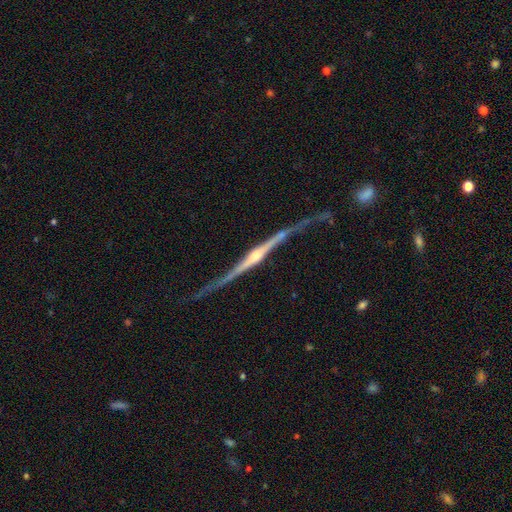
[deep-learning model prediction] This appears to be a featured or disk galaxy (88%) viewed edge-on (96%) with a rounded central bulge (82%). Merging: none (68%).